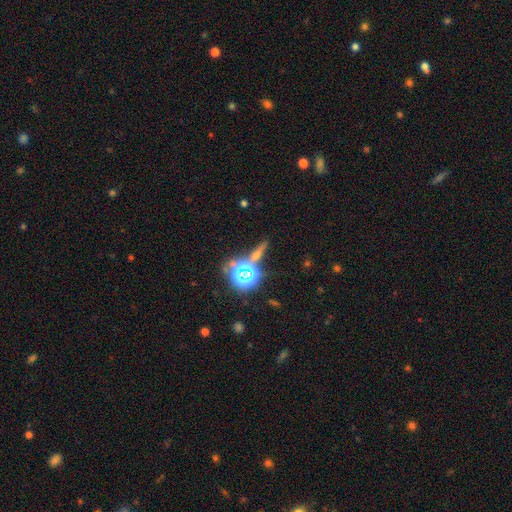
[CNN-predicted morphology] This is marginally a star or artifact rather than a galaxy (40%).